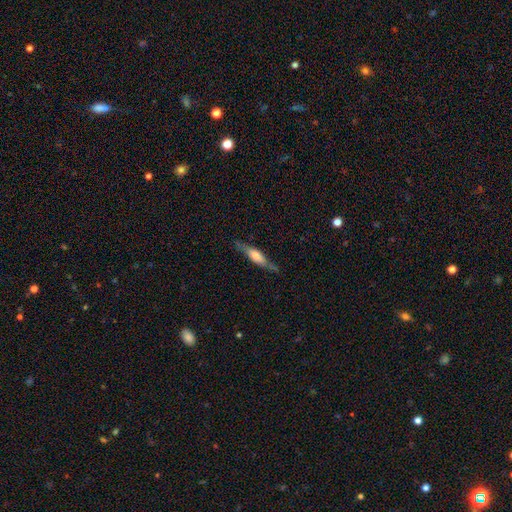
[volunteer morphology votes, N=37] A featured or disk galaxy (62%) viewed edge-on (83%) with a rounded central bulge (79%).

Vote fractions:
- Smooth or featured? featured or disk: 62% / smooth: 38% / star or artifact: 0%
- Edge-on disk? yes: 83% / no: 17%
- Edge-on bulge? rounded: 79% / boxy: 21% / none: 0%
- Merging? none: 89% / minor disturbance: 11% / major disturbance: 0% / merger: 0%